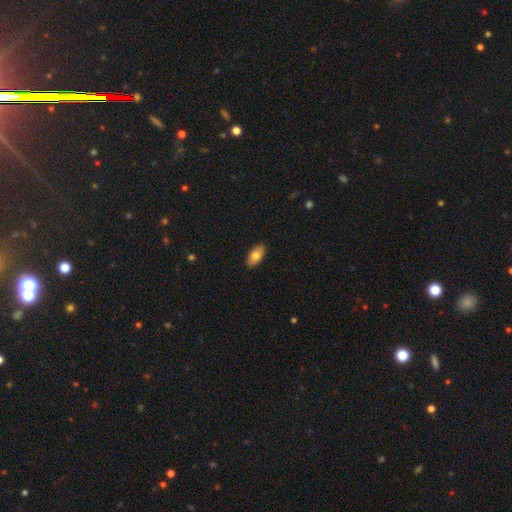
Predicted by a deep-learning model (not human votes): Smooth or featured? Predicted: smooth (p=0.78). How rounded? Predicted: in between (p=0.92). Merging? Predicted: none (p=0.89).